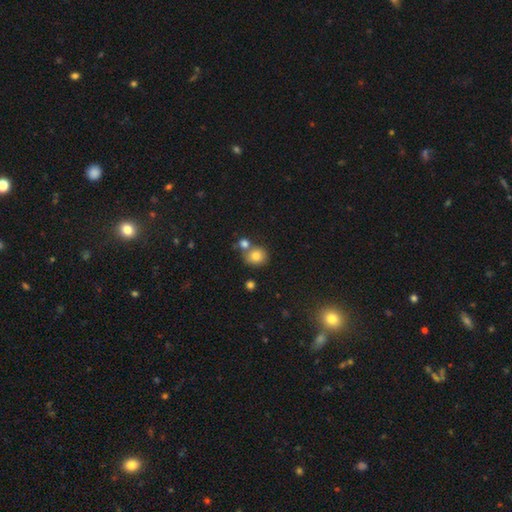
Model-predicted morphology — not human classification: A smooth galaxy with no disk features (80%) that is round (80%). Merging: none (59%).